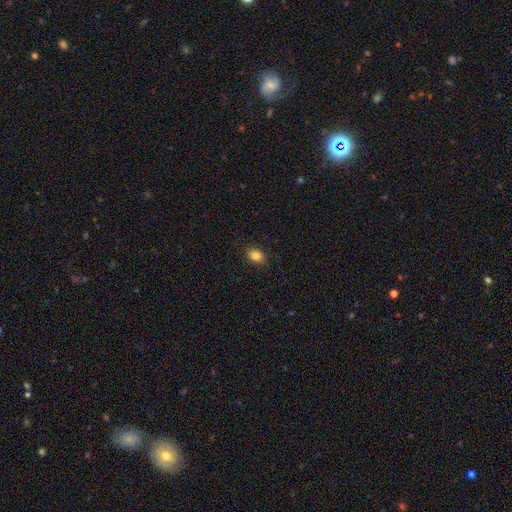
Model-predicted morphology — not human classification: The model was most divided on "how rounded": in between: 68%, round: 31%, cigar-shaped: 1%. More confident: merging — none (89%); smooth or featured — smooth (85%).